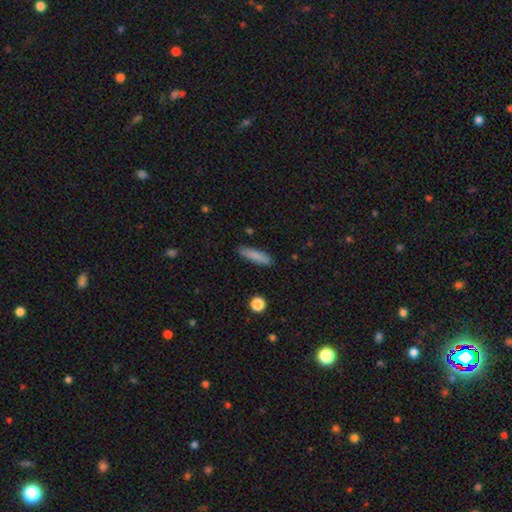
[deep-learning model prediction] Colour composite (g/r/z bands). It shows a smooth galaxy with no disk features (83%) that is cigar-shaped (76%). Merging: none (85%).